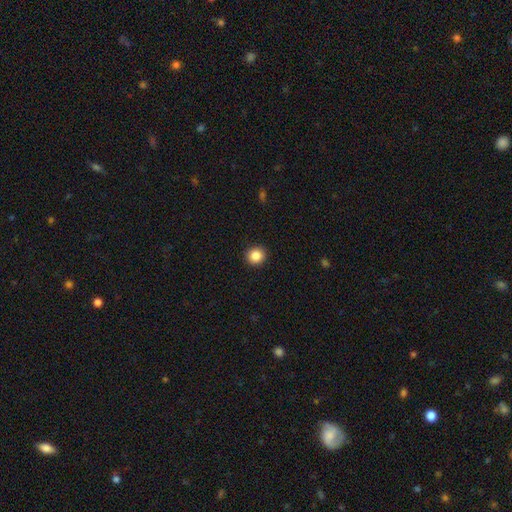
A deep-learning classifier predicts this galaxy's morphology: type=smooth (87%); roundness=round (91%); merging=none (92%).